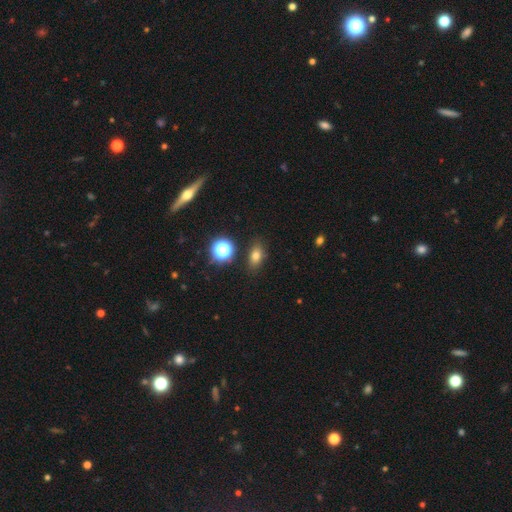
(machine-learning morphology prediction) type=smooth (73%); roundness=in between (72%); merging=none (84%).